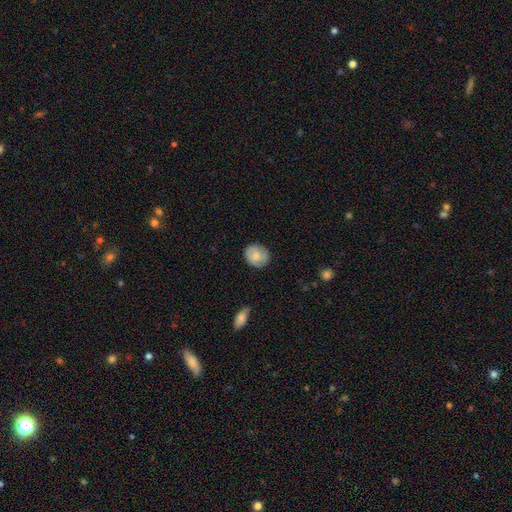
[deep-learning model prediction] Smooth or featured? smooth (70%)
How rounded? round (72%)
Merging? none (80%)